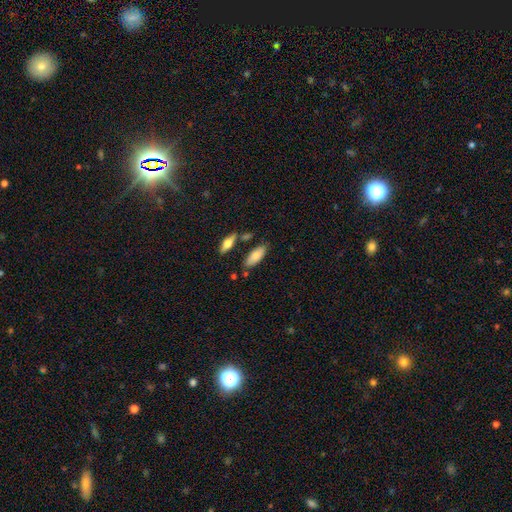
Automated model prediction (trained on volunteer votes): Smooth or featured?
  - smooth: 80% *
  - featured or disk: 14%
  - star or artifact: 6%
How rounded?
  - in between: 76% *
  - cigar-shaped: 22%
  - round: 2%
Merging?
  - none: 74% *
  - minor disturbance: 14%
  - merger: 9%
  - major disturbance: 3%